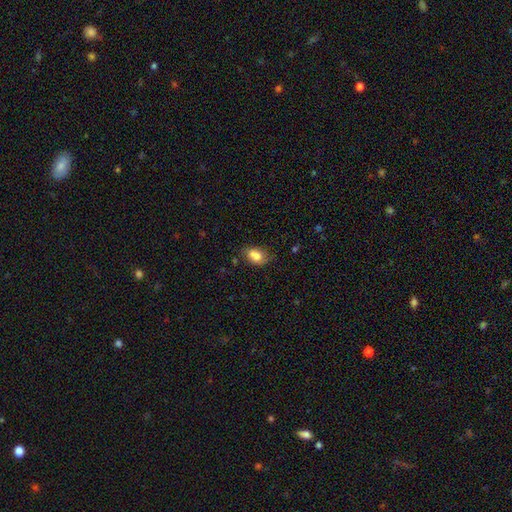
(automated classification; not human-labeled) This is likely a smooth galaxy (77%). How rounded: likely in between (80%). Merging: possibly none (55%).